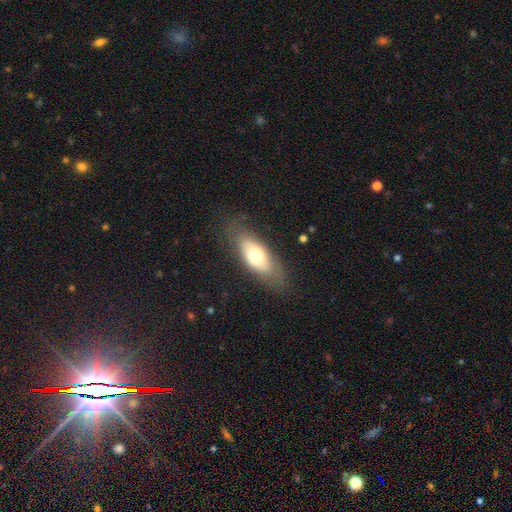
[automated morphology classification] smooth_or_featured: smooth (p=0.60) [alt: featured or disk p=0.33]
how_rounded: in between (p=0.82) [alt: cigar-shaped p=0.14]
merging: none (p=0.75) [alt: minor disturbance p=0.17]